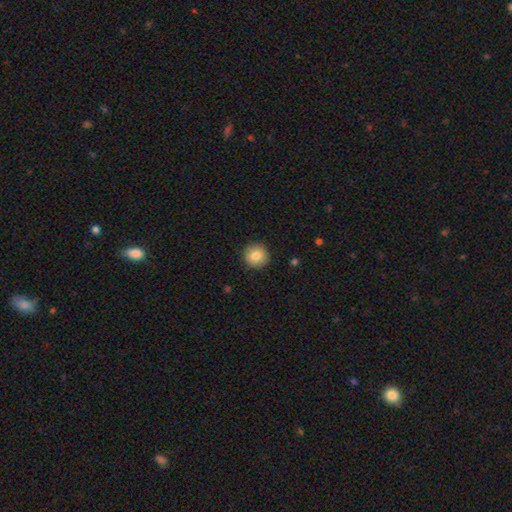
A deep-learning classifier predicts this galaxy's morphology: This appears to be a smooth galaxy with no disk features (84%) that is round (95%). Merging: none (92%).